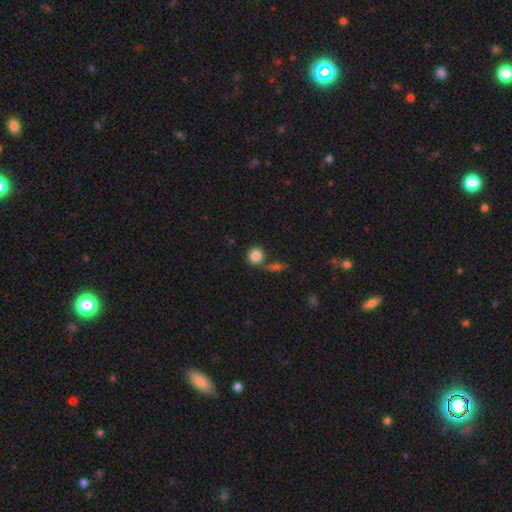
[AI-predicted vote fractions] Smooth or featured: smooth — 84% (star or artifact — 9%)
How rounded: round — 88% (in between — 10%)
Merging: none — 67% (merger — 19%)